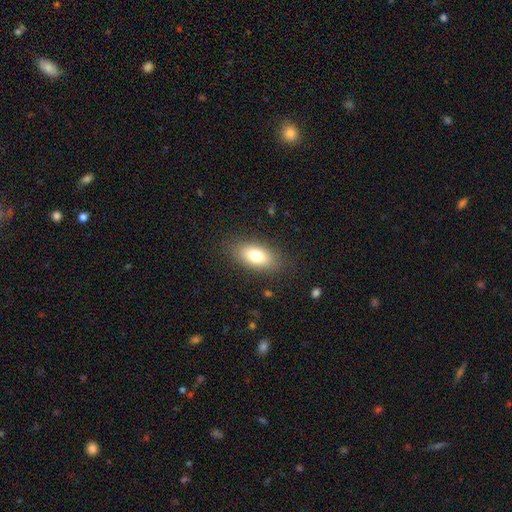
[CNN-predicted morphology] A smooth galaxy with no disk features (79%) that is in between round and cigar-shaped (88%). Merging: none (84%).